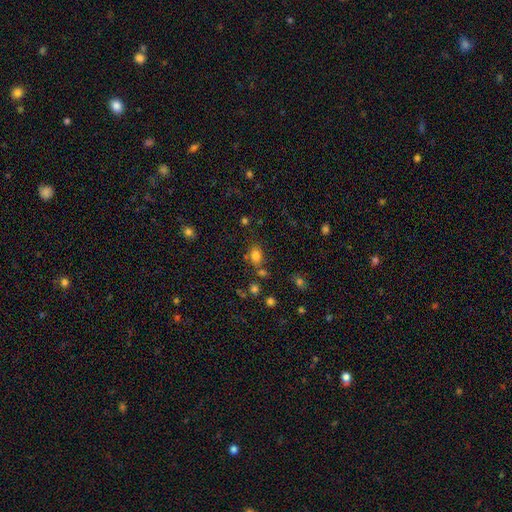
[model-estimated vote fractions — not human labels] The model was most divided on "how rounded": in between: 66%, round: 32%, cigar-shaped: 1%. More confident: smooth or featured — smooth (79%); merging — none (70%).